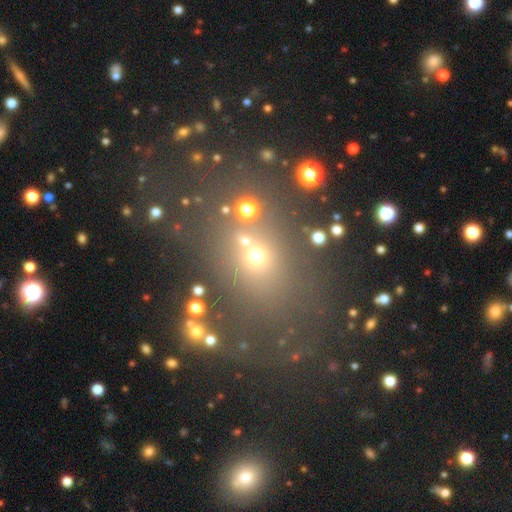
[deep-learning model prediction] Smooth or featured?
  - smooth: 45% *
  - star or artifact: 40%
  - featured or disk: 15%
Merging?
  - none: 66% *
  - merger: 14%
  - minor disturbance: 12%
  - major disturbance: 8%